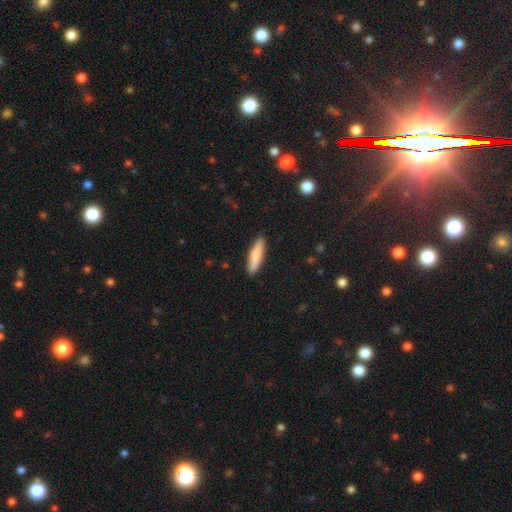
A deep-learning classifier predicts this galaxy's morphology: smooth 81%, featured or disk 14%, star or artifact 5%. Down the decision tree: how rounded — cigar-shaped (83%); merging — none (90%).